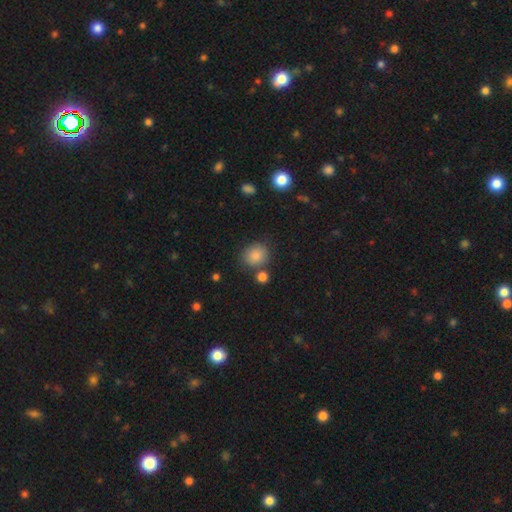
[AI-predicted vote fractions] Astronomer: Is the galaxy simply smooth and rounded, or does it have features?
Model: smooth — 84%.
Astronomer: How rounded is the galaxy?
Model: round — 74%.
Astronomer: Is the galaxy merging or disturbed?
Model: none — 74%.